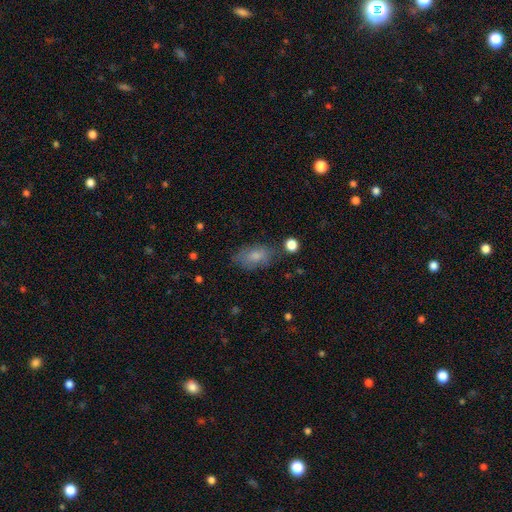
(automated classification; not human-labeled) Smooth or featured? Predicted: smooth (p=0.75). How rounded? Predicted: in between (p=0.90). Merging? Predicted: none (p=0.67).